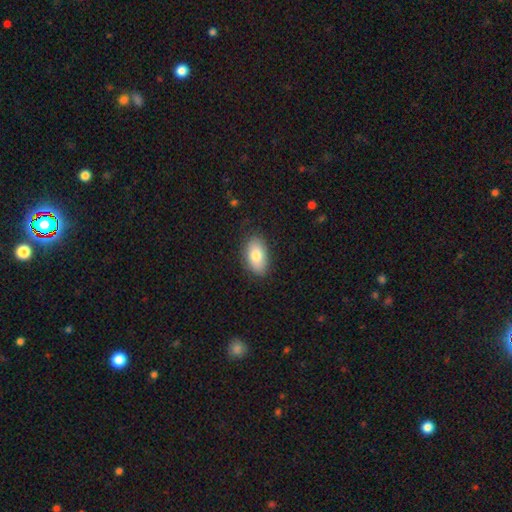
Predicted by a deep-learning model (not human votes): Smooth or featured: smooth — 80% (featured or disk — 13%)
How rounded: in between — 92% (round — 6%)
Merging: none — 84% (minor disturbance — 12%)